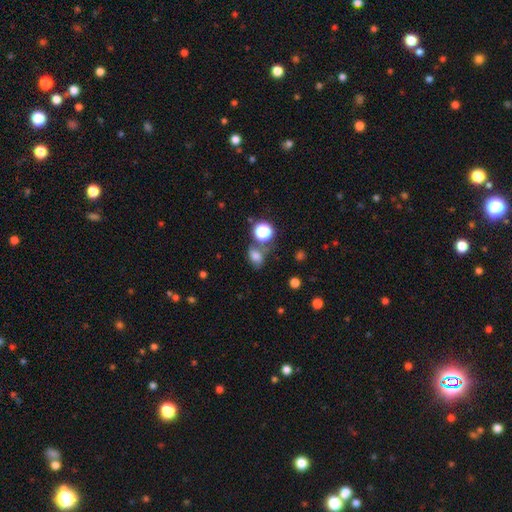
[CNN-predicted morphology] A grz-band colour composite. It shows a smooth galaxy with no disk features (70%) that is in between round and cigar-shaped (64%). Merging: none (57%).